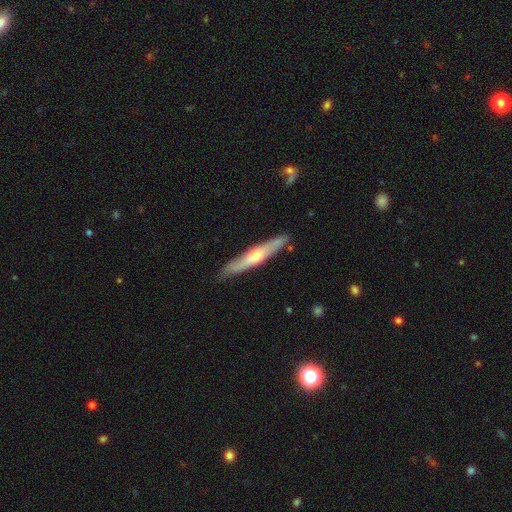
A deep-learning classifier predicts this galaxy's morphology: Smooth or featured? Predicted: featured or disk (p=0.57). Edge-on disk? Predicted: yes (p=0.90). Edge-on bulge? Predicted: rounded (p=0.78). Merging? Predicted: none (p=0.86).